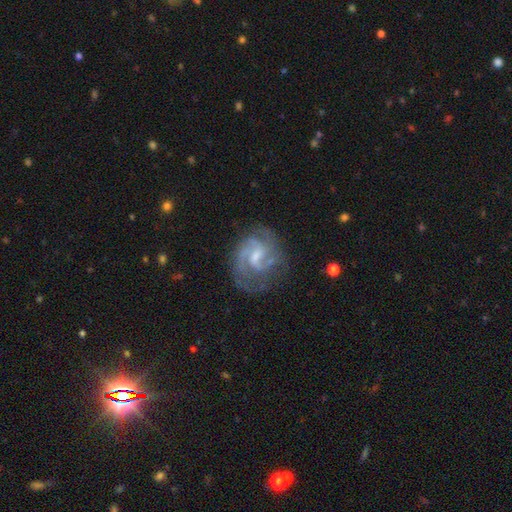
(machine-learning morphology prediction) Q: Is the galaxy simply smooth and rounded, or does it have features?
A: featured or disk — 87%.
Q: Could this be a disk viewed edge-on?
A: no — 98%.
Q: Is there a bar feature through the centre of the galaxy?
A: weak — 60%.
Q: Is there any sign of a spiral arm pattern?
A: yes — 96%.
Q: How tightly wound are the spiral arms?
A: medium — 51%.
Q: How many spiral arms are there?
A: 2 — 39%.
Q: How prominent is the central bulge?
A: small — 50%.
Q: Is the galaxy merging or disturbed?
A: none — 65%.